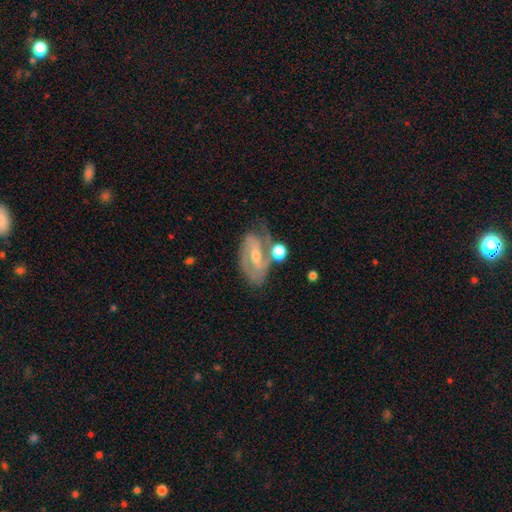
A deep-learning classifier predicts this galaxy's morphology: type=featured or disk (79%); edge-on=no (95%); bar=weak (43%); spiral arms=yes (90%); winding=medium (46%); arm count=2 (76%); bulge=small (51%); merging=none (54%).